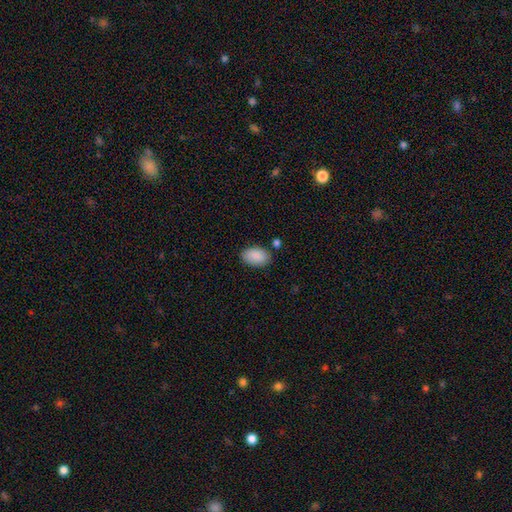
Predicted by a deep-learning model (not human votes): Smooth or featured? smooth (90%)
How rounded? in between (93%)
Merging? none (81%)